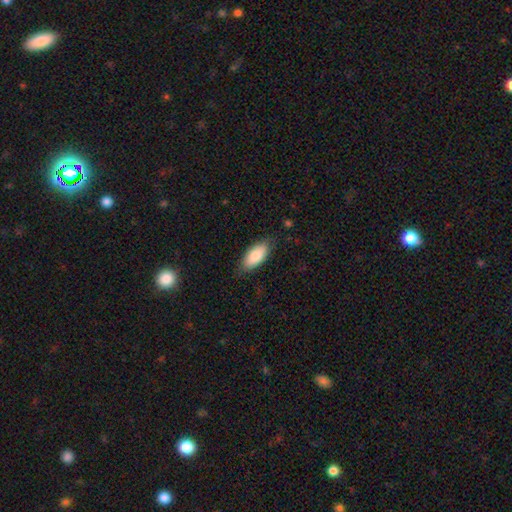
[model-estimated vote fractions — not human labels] Smooth or featured? smooth (85%)
How rounded? in between (89%)
Merging? none (81%)